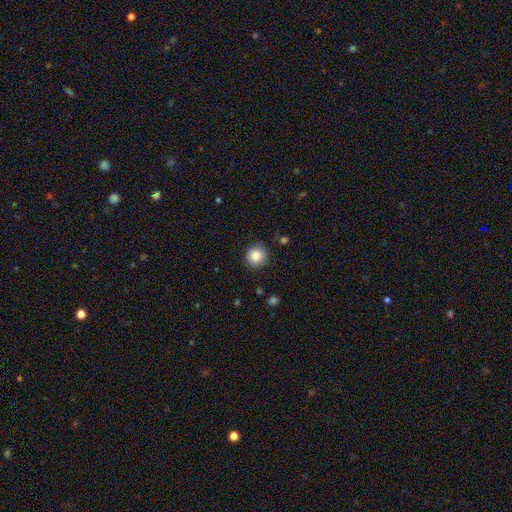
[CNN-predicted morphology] Overall: smooth (87%). How rounded: round (93%). Merging: none (87%).